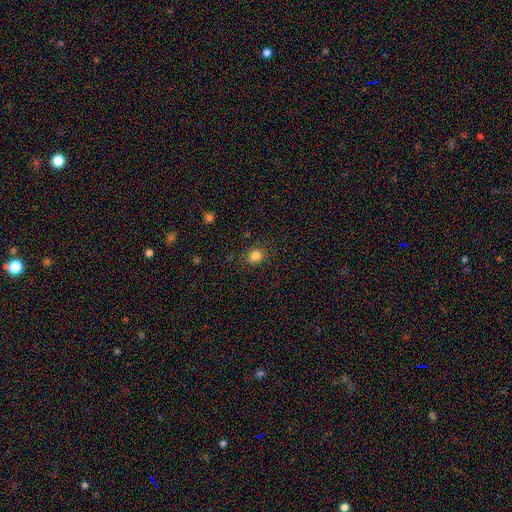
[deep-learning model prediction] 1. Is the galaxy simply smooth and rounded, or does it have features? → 83% smooth, 12% star or artifact, 5% featured or disk.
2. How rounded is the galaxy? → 67% round, 32% in between, 1% cigar-shaped.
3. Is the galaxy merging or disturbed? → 84% none, 12% minor disturbance, 4% major disturbance, 1% merger.